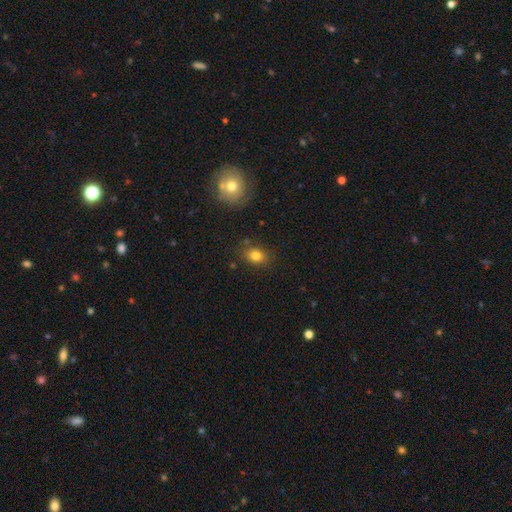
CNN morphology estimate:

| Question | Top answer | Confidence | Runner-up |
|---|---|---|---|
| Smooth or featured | smooth | 81% | star or artifact (11%) |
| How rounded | in between | 56% | round (43%) |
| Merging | none | 79% | minor disturbance (14%) |